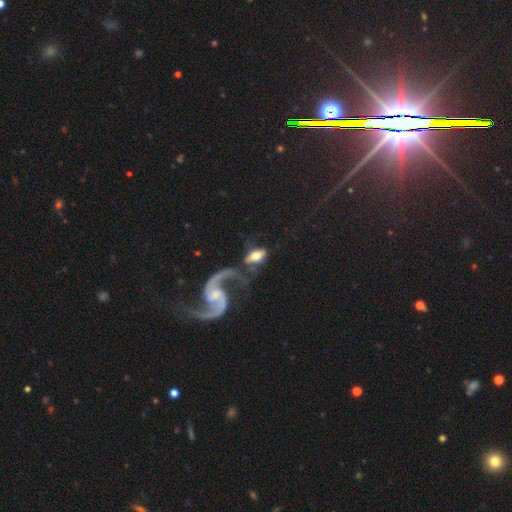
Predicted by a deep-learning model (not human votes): smooth-or-featured: smooth: 47% | featured or disk: 45% | star or artifact: 8%
  merging: none: 35% | merger: 27% | major disturbance: 23% | minor disturbance: 16%